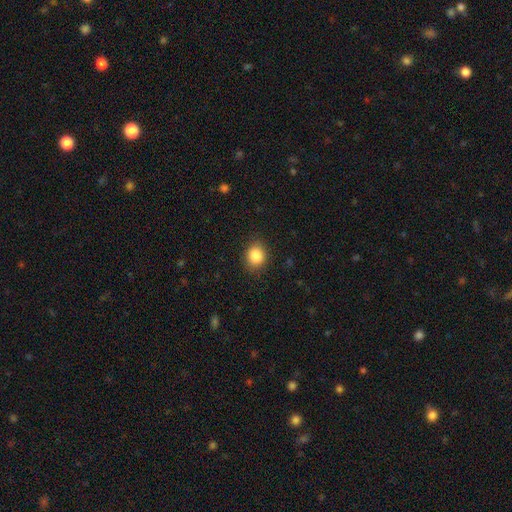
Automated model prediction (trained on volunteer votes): The model was most divided on "how rounded": round: 59%, in between: 40%, cigar-shaped: 1%. More confident: smooth or featured — smooth (87%); merging — none (85%).